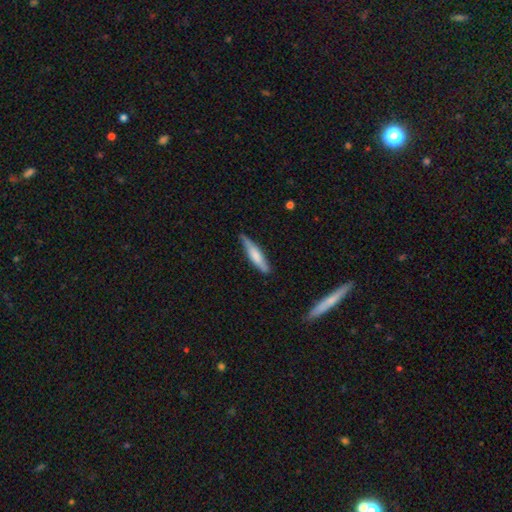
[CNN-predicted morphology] Smooth or featured: smooth — 66% (featured or disk — 29%)
How rounded: cigar-shaped — 81% (in between — 18%)
Merging: none — 72% (minor disturbance — 23%)